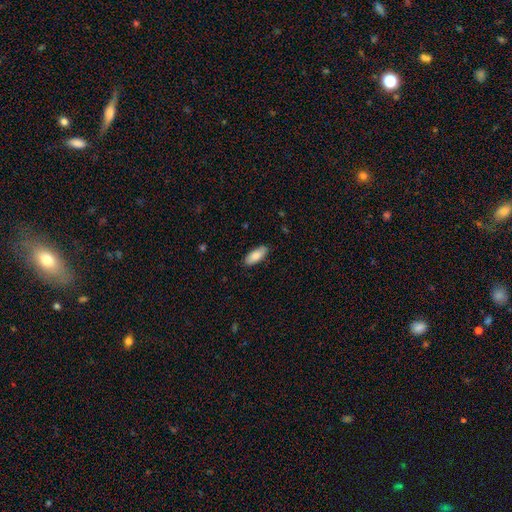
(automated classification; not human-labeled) Smooth or featured: smooth — 86% (featured or disk — 9%)
How rounded: in between — 83% (cigar-shaped — 15%)
Merging: none — 85% (minor disturbance — 12%)